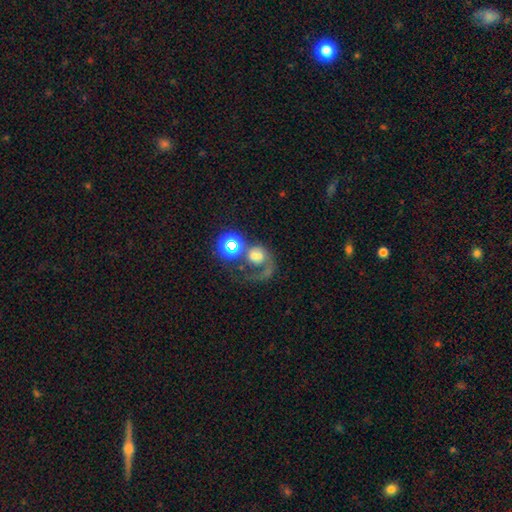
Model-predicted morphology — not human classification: Q: Smooth or featured?
A: featured or disk (51%); runner-up: smooth (33%)
Q: Edge-on disk?
A: no (98%); runner-up: yes (2%)
Q: Merging?
A: major disturbance (34%); tied with: merger (34%)